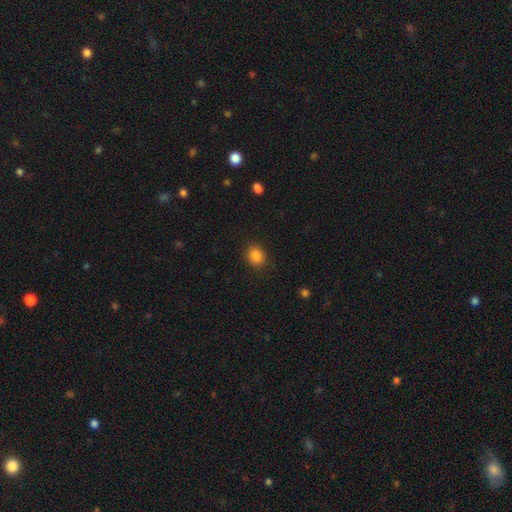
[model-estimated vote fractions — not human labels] Morphology: type=smooth (86%); roundness=round (66%); merging=none (88%).